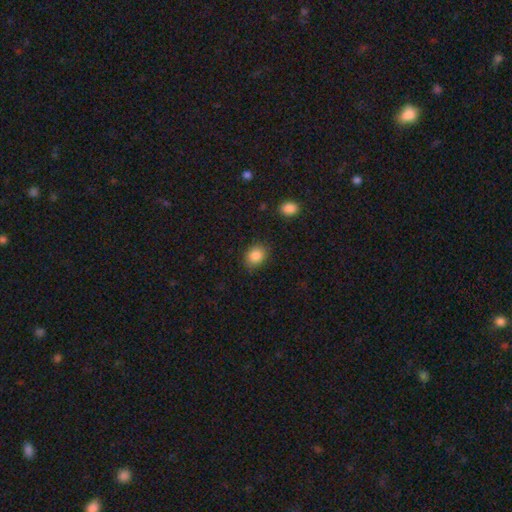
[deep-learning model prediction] A smooth galaxy with no disk features (85%) that is round (54%). Merging: none (84%).